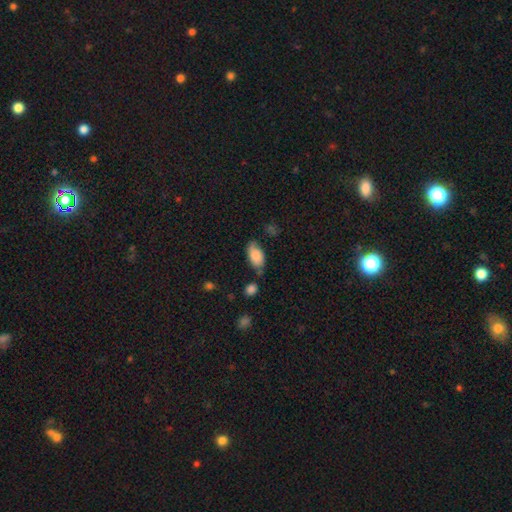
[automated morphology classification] Q: Smooth or featured?
A: smooth (79%); runner-up: featured or disk (14%)
Q: How rounded?
A: in between (93%); runner-up: cigar-shaped (4%)
Q: Merging?
A: none (62%); runner-up: minor disturbance (25%)